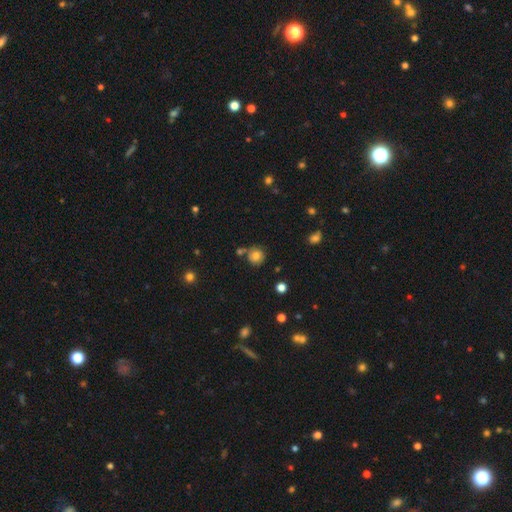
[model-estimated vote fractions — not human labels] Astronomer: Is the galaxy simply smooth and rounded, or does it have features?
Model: smooth — 79%.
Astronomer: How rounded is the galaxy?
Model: round — 92%.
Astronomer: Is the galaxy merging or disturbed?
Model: none — 73%.